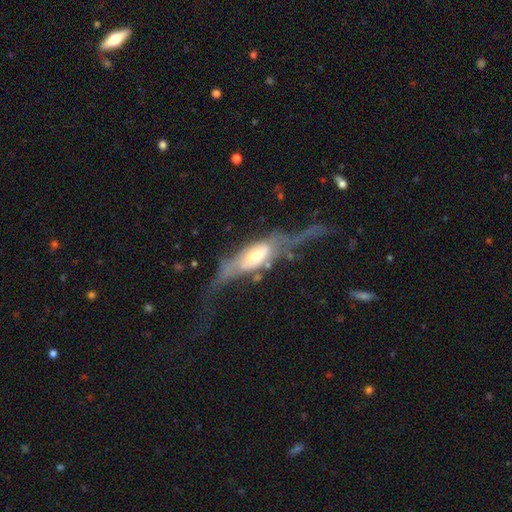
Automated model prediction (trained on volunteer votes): This appears to be a featured or disk galaxy (65%). Merging: major disturbance (50%).